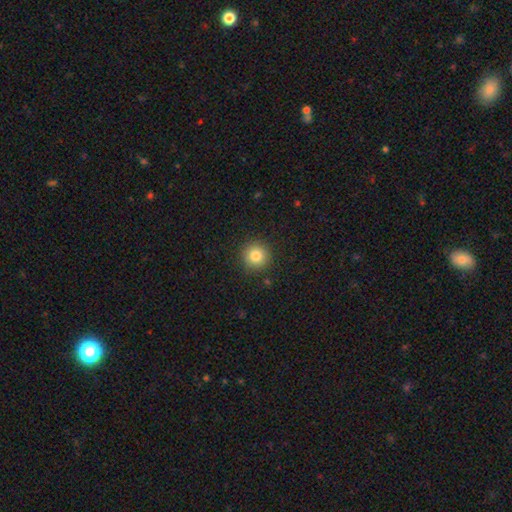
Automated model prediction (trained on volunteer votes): Q: Smooth or featured?
A: smooth (83%); runner-up: star or artifact (11%)
Q: How rounded?
A: round (94%); runner-up: in between (5%)
Q: Merging?
A: none (90%); runner-up: minor disturbance (6%)